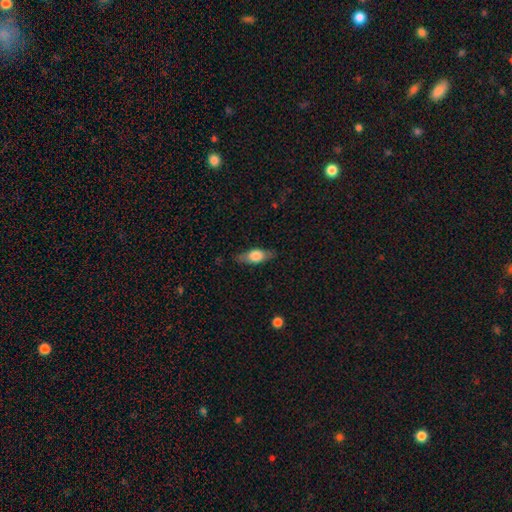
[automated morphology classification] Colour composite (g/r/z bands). It shows a smooth galaxy with no disk features (61%) that is in between round and cigar-shaped (71%). Merging: none (81%).